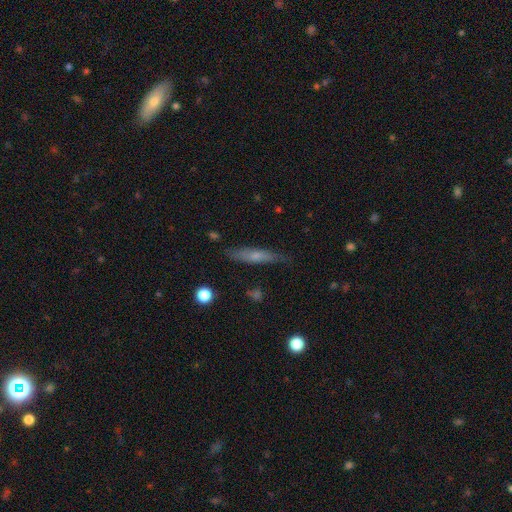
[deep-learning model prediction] Smooth or featured?
  - smooth: 54% *
  - featured or disk: 39%
  - star or artifact: 7%
How rounded?
  - cigar-shaped: 87% *
  - in between: 11%
  - round: 2%
Merging?
  - none: 81% *
  - minor disturbance: 15%
  - major disturbance: 3%
  - merger: 2%